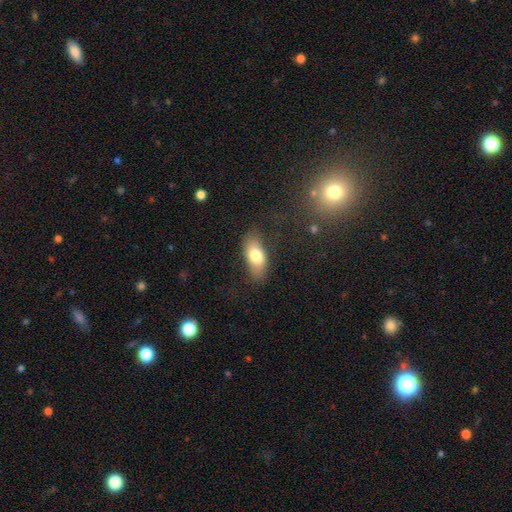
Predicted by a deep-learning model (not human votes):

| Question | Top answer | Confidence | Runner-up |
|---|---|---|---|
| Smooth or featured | smooth | 74% | featured or disk (19%) |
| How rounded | in between | 86% | cigar-shaped (10%) |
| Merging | none | 75% | minor disturbance (18%) |